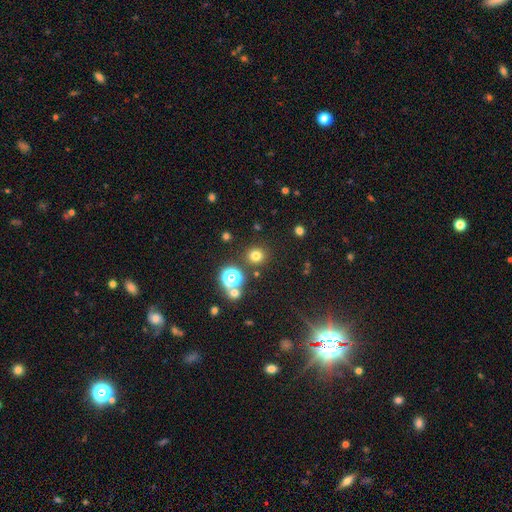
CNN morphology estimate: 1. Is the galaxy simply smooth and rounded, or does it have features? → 73% smooth, 21% star or artifact, 6% featured or disk.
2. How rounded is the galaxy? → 92% round, 7% in between, 1% cigar-shaped.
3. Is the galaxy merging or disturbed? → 87% none, 6% minor disturbance, 4% merger, 3% major disturbance.